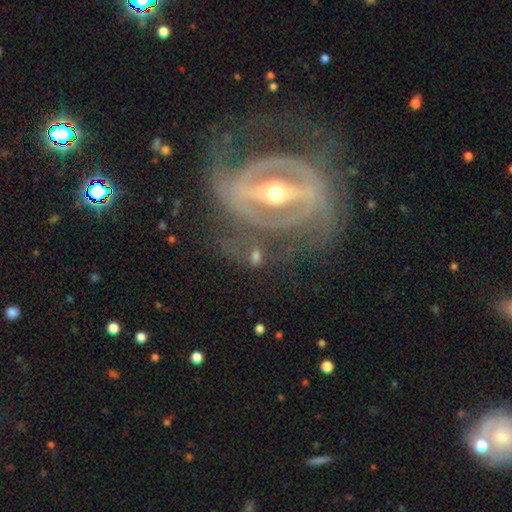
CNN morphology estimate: Q: Smooth or featured?
A: featured or disk (77%); runner-up: smooth (15%)
Q: Edge-on disk?
A: no (85%); runner-up: yes (15%)
Q: Bar?
A: strong (63%); runner-up: weak (21%)
Q: Spiral arms?
A: yes (71%); runner-up: no (29%)
Q: Bulge size?
A: moderate (70%); runner-up: small (19%)
Q: Merging?
A: none (64%); runner-up: minor disturbance (17%)